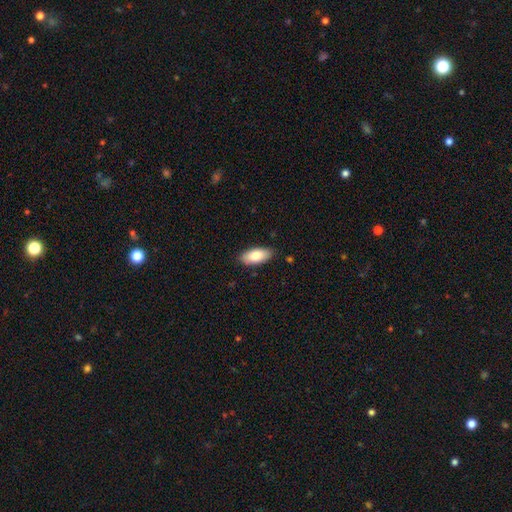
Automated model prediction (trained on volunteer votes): Morphology: type=smooth (82%); roundness=in between (90%); merging=none (86%).